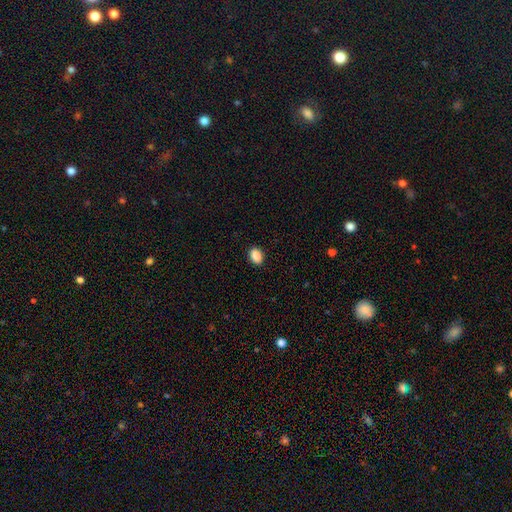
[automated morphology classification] Smooth or featured? smooth (89%)
How rounded? in between (75%)
Merging? none (90%)